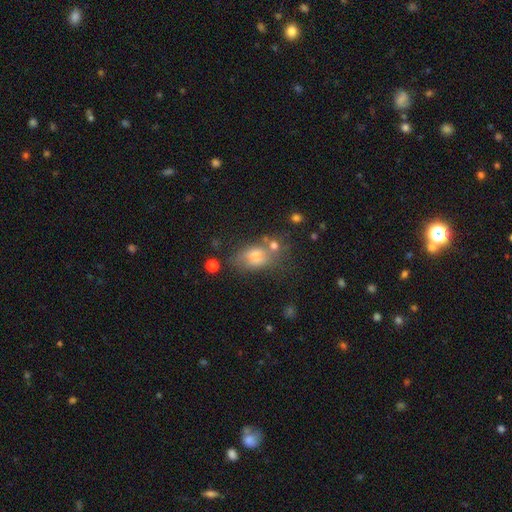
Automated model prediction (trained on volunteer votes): Overall: smooth (62%). How rounded: in between (78%). Merging: none (44%; minor disturbance 23%).